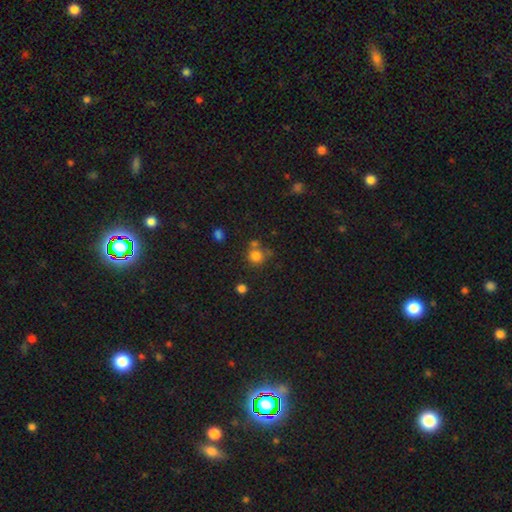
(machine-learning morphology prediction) Q: Smooth or featured?
A: smooth (79%); runner-up: star or artifact (14%)
Q: How rounded?
A: round (88%); runner-up: in between (11%)
Q: Merging?
A: none (60%); runner-up: merger (20%)